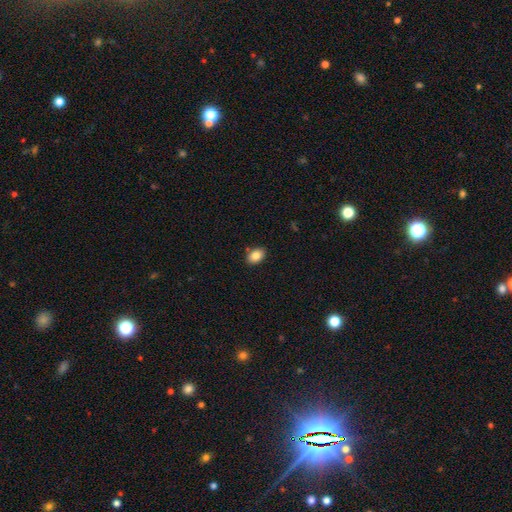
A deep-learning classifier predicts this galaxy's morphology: Smooth or featured: smooth — 85% (star or artifact — 8%)
How rounded: in between — 84% (round — 15%)
Merging: none — 86% (minor disturbance — 9%)